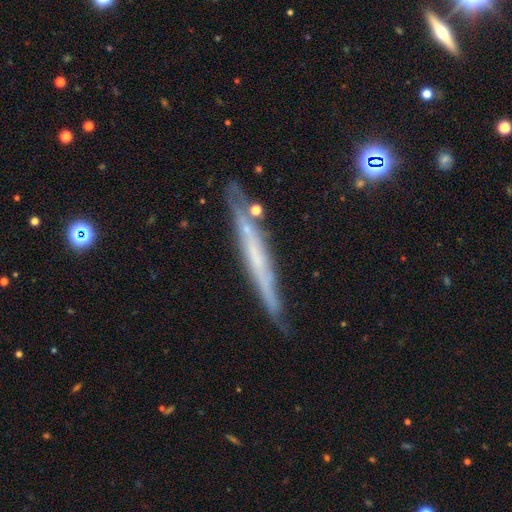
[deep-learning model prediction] smooth_or_featured: featured or disk (p=0.61) [alt: smooth p=0.31]
disk_edge_on: yes (p=0.91) [alt: no p=0.09]
edge_on_bulge: none (p=0.76) [alt: rounded p=0.16]
merging: none (p=0.78) [alt: minor disturbance p=0.15]